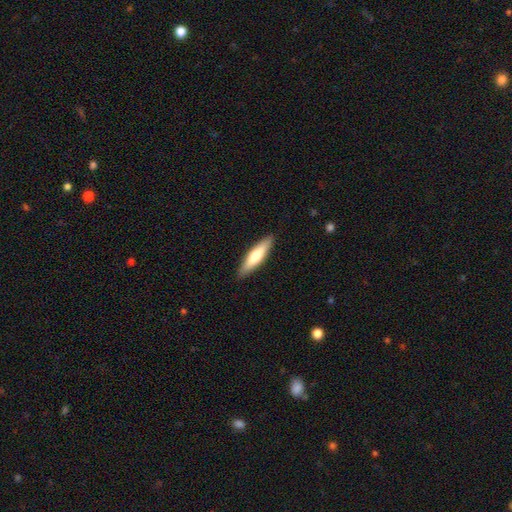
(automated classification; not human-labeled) A smooth galaxy with no disk features (63%) that is cigar-shaped (78%). Merging: none (89%).